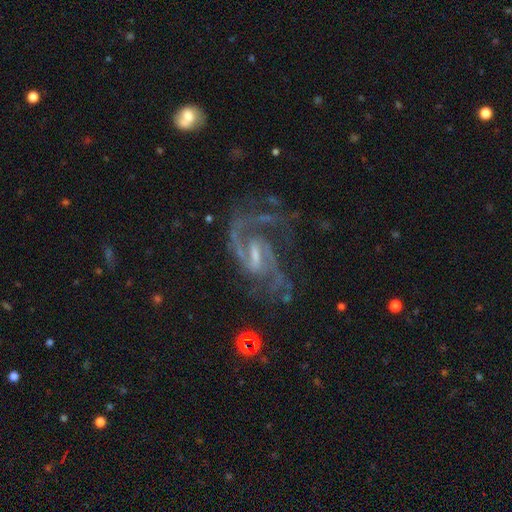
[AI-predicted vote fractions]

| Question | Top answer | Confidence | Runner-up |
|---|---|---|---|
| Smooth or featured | featured or disk | 91% | star or artifact (6%) |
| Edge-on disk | no | 97% | yes (3%) |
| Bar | weak | 52% | strong (36%) |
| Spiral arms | yes | 97% | no (3%) |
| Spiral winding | medium | 57% | loose (23%) |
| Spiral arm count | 2 | 77% | 3 (7%) |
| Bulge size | small | 45% | moderate (31%) |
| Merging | none | 56% | major disturbance (22%) |